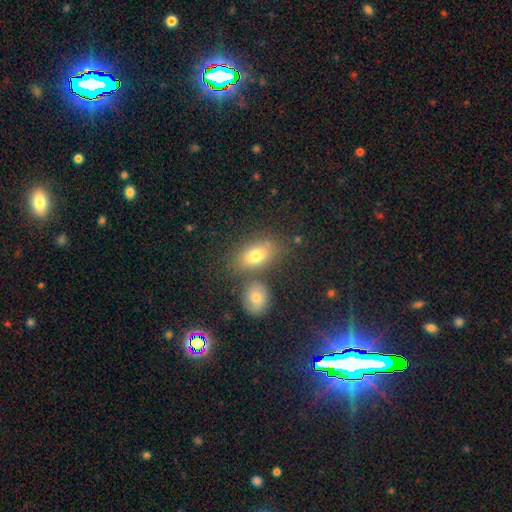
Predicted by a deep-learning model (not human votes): Q: Smooth or featured?
A: smooth (74%); runner-up: featured or disk (15%)
Q: How rounded?
A: in between (84%); runner-up: round (13%)
Q: Merging?
A: none (64%); runner-up: merger (19%)